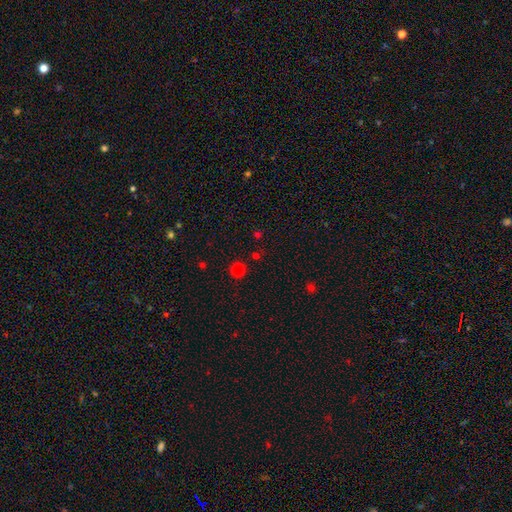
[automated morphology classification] smooth-or-featured: smooth: 75% | star or artifact: 21% | featured or disk: 4%
  how-rounded: round: 93% | in between: 6% | cigar-shaped: 1%
  merging: none: 91% | minor disturbance: 5% | major disturbance: 2% | merger: 2%